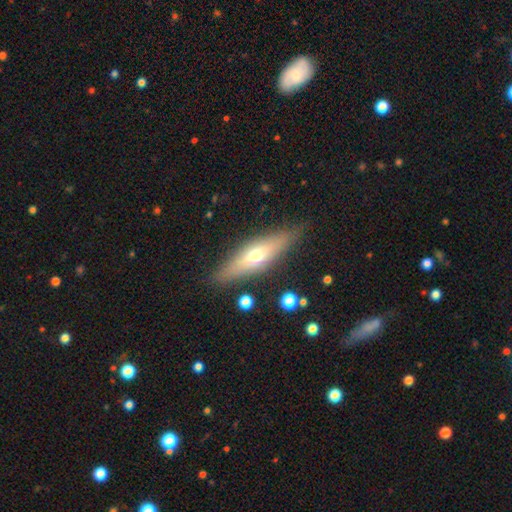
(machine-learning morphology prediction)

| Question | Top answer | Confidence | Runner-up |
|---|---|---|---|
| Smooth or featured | featured or disk | 47% | smooth (46%) |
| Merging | none | 84% | minor disturbance (11%) |